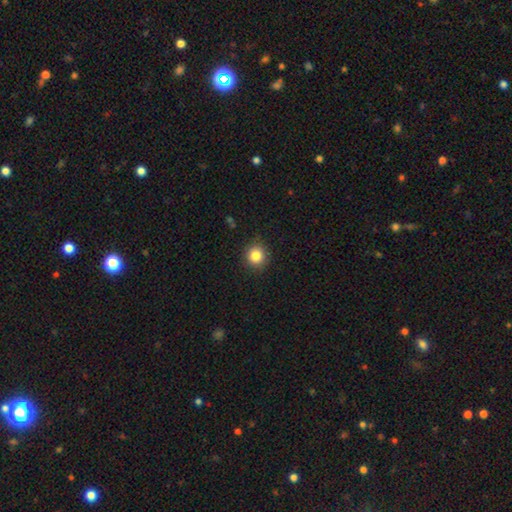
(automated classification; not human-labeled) A smooth galaxy with no disk features (84%) that is round (92%). Merging: none (89%).